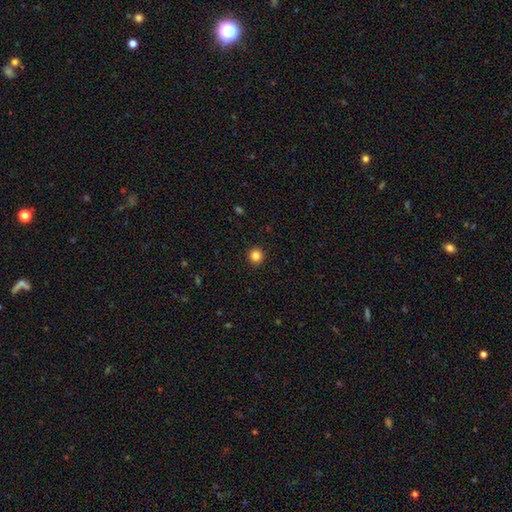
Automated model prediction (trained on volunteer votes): Smooth or featured? Predicted: smooth (p=0.85). How rounded? Predicted: round (p=0.95). Merging? Predicted: none (p=0.93).